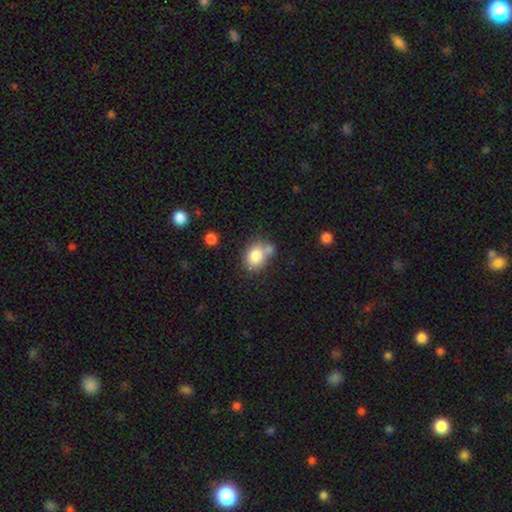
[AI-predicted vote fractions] Overall: smooth (80%). How rounded: in between (58%; round 41%). Merging: none (50%; merger 27%).